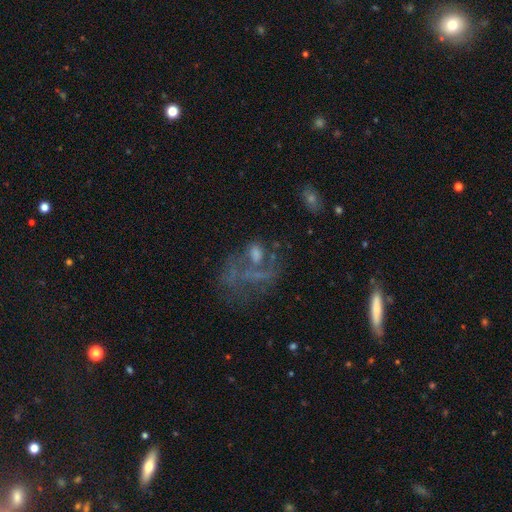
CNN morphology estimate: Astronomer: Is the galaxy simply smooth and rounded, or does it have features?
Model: featured or disk — 53% (runner-up: smooth, 28%).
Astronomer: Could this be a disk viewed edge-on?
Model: no — 97%.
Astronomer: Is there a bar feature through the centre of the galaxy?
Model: no — 80%.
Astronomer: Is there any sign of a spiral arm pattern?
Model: no — 69%.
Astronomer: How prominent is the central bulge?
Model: none — 49%.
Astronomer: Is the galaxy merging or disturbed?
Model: major disturbance — 43% (runner-up: none, 30%).